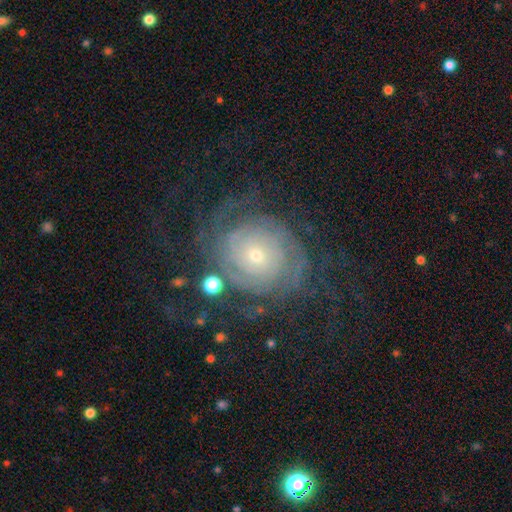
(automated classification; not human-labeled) This is clearly a featured or disk galaxy (82%). It is clearly not viewed edge-on (97%). Bar: clearly no (81%). Spiral arm pattern: clearly yes (94%). Spiral arm count: marginally can't tell (38%). Spiral winding: likely tight (75%). Central bulge: likely small (71%). Merging: likely none (69%).